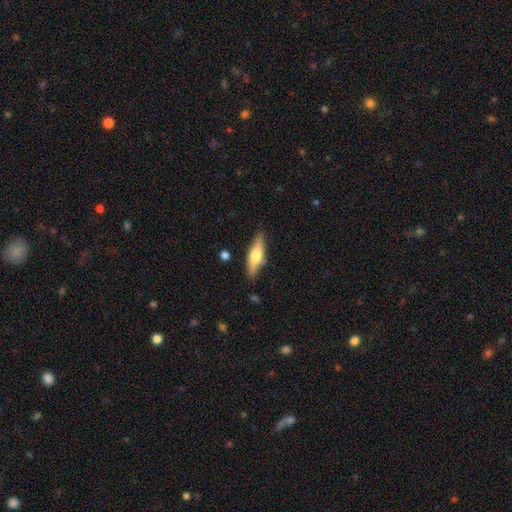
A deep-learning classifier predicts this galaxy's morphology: The model was most divided on "smooth or featured": smooth: 49%, featured or disk: 45%, star or artifact: 6%. More confident: merging — none (81%).